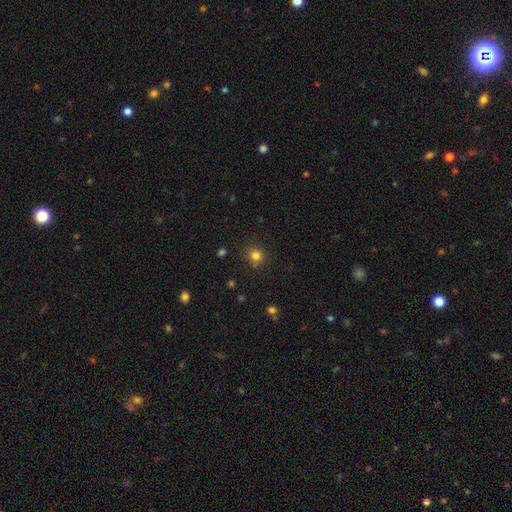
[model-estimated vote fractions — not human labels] Overall: smooth (80%). How rounded: round (88%). Merging: none (81%).